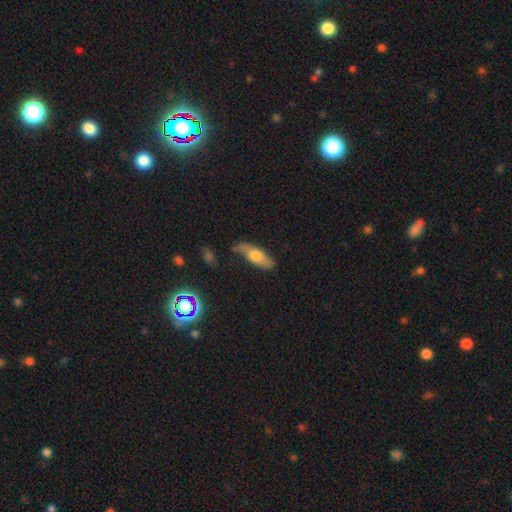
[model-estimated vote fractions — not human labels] Overall: smooth (58%; featured or disk 35%). How rounded: in between (60%; cigar-shaped 37%). Merging: none (59%; minor disturbance 29%).